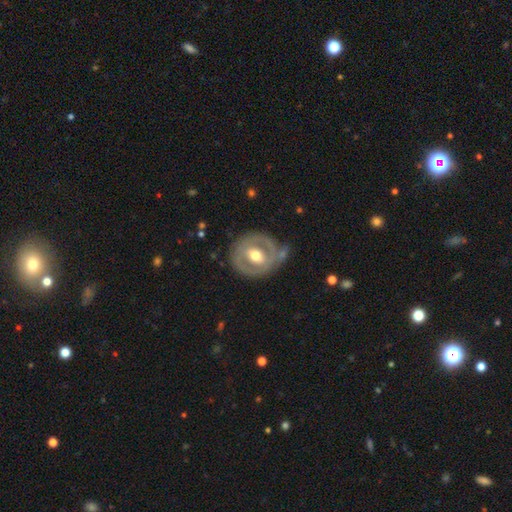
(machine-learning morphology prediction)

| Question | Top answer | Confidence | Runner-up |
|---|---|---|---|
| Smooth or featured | featured or disk | 67% | smooth (28%) |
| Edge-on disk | no | 96% | yes (4%) |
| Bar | no | 40% | tied: weak (40%) |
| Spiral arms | no | 51% | yes (49%) |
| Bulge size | moderate | 77% | large (11%) |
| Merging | none | 67% | minor disturbance (20%) |